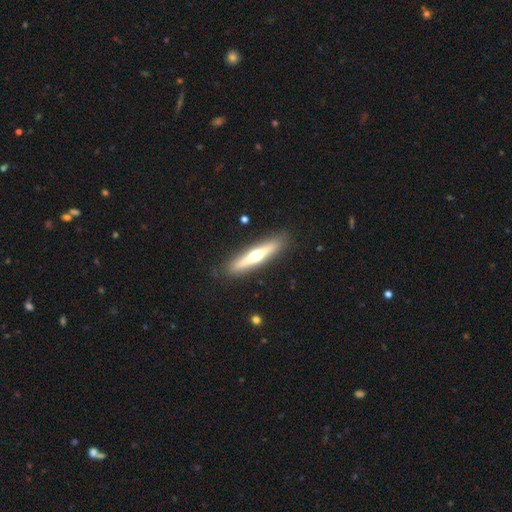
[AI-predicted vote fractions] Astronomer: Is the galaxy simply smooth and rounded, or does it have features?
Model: featured or disk — 61%.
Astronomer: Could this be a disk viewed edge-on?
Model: yes — 94%.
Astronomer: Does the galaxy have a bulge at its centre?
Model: rounded — 92%.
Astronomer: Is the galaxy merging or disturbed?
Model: none — 89%.